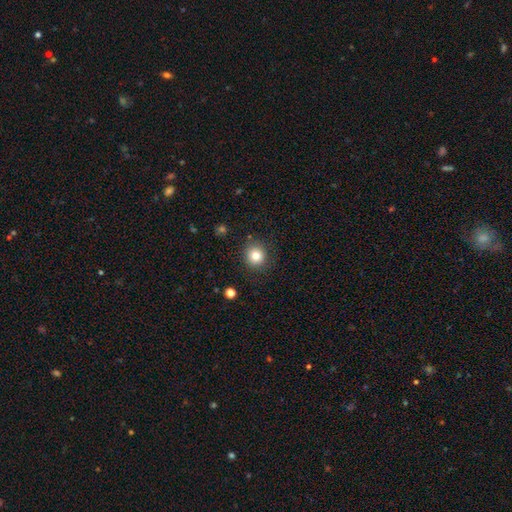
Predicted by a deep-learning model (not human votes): smooth-or-featured: smooth: 80% | star or artifact: 12% | featured or disk: 8%
  how-rounded: round: 88% | in between: 11% | cigar-shaped: 1%
  merging: none: 88% | minor disturbance: 8% | major disturbance: 3% | merger: 1%